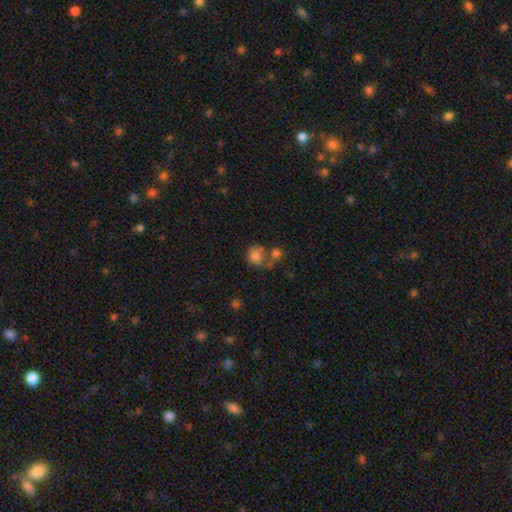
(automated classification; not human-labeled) smooth 76%, featured or disk 13%, star or artifact 11%. Down the decision tree: how rounded — round (69%); merging — merger (43%).